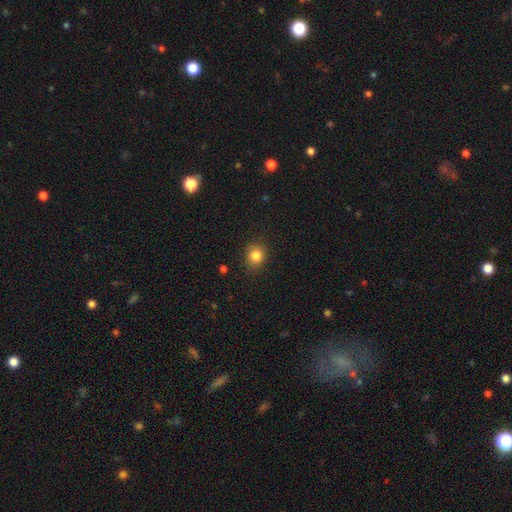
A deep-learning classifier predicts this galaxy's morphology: This appears to be a smooth galaxy with no disk features (84%) that is round (69%). Merging: none (83%).